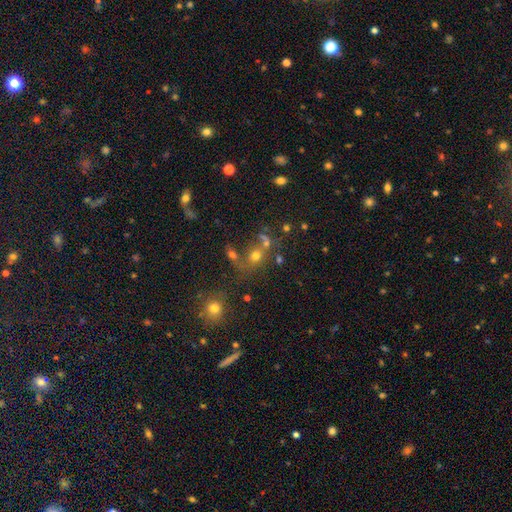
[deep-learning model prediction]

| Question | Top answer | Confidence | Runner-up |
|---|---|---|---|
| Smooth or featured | smooth | 57% | star or artifact (27%) |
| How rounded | round | 75% | in between (23%) |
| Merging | none | 44% | merger (37%) |